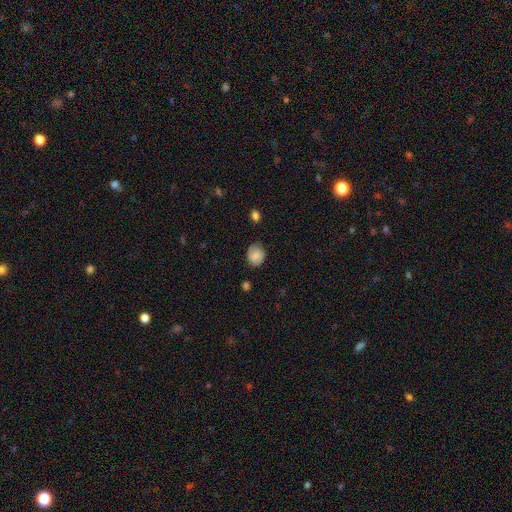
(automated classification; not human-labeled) Smooth or featured? Predicted: smooth (p=0.74). How rounded? Predicted: round (p=0.61). Merging? Predicted: none (p=0.73).